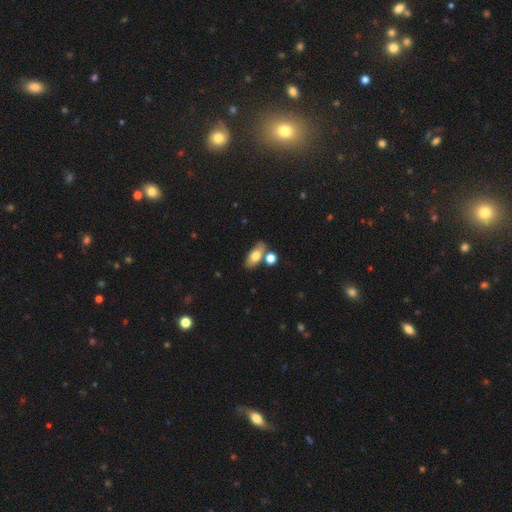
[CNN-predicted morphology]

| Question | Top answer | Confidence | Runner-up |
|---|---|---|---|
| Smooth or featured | smooth | 71% | featured or disk (21%) |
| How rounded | in between | 82% | cigar-shaped (10%) |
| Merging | none | 61% | merger (21%) |